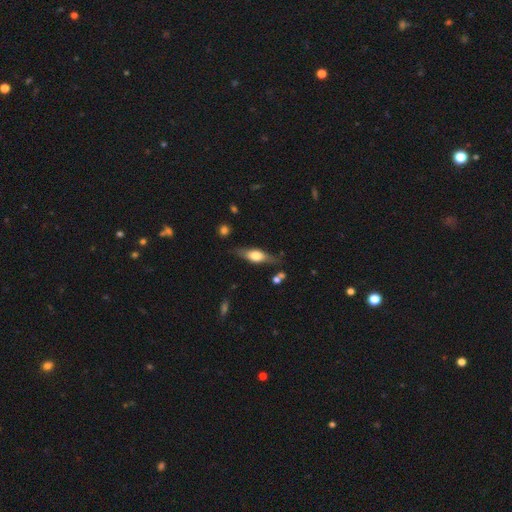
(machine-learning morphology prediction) Smooth or featured?
  - featured or disk: 48% *
  - smooth: 46%
  - star or artifact: 6%
Merging?
  - none: 75% *
  - minor disturbance: 17%
  - major disturbance: 5%
  - merger: 4%